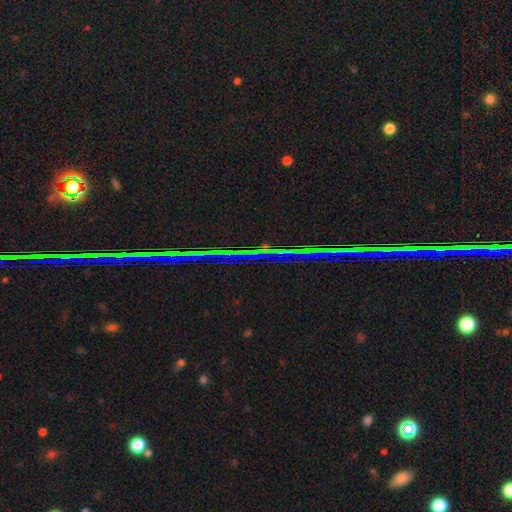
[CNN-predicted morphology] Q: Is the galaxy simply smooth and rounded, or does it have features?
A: star or artifact — 83%.